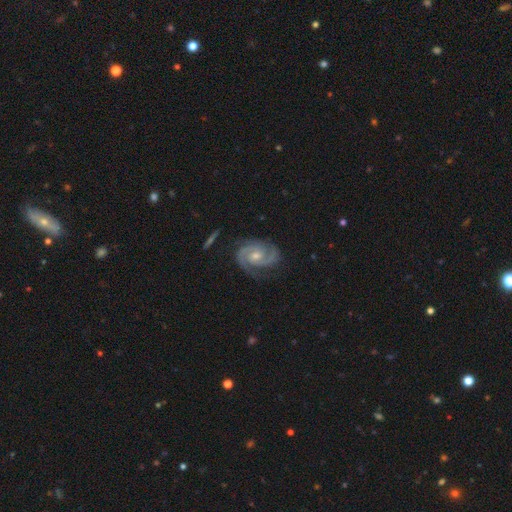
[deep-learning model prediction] featured or disk 91%, star or artifact 5%, smooth 4%. Down the decision tree: edge-on disk — no (98%); bar — no (62%); spiral arms — yes (98%); spiral arm count — 2 (87%); spiral winding — tight (52%); bulge size — moderate (51%); merging — none (80%).